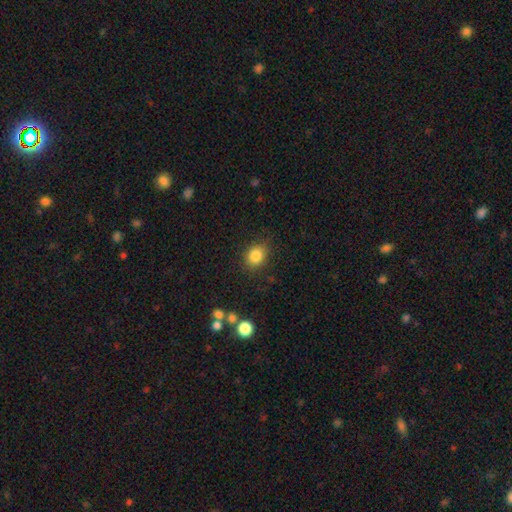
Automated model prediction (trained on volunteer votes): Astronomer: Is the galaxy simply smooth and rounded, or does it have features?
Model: smooth — 84%.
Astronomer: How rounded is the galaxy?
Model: round — 54% (runner-up: in between, 45%).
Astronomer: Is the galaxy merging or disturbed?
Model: none — 82%.